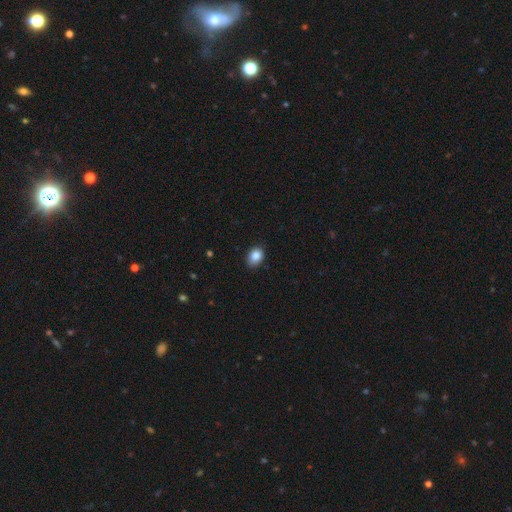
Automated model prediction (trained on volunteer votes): smooth_or_featured: smooth (p=0.85) [alt: star or artifact p=0.09]
how_rounded: in between (p=0.67) [alt: round p=0.32]
merging: none (p=0.81) [alt: minor disturbance p=0.15]